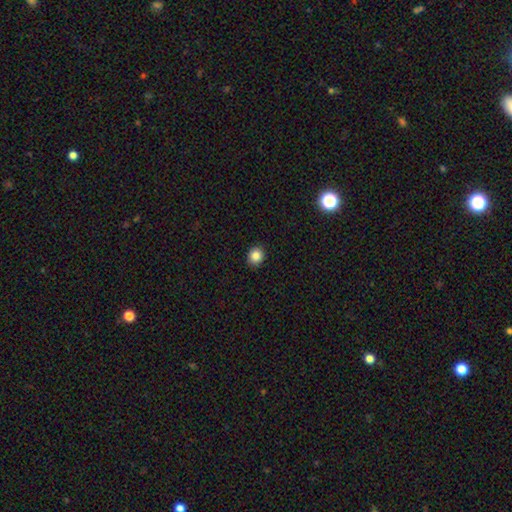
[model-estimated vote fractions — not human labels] Smooth or featured?
  - smooth: 85% *
  - star or artifact: 10%
  - featured or disk: 4%
How rounded?
  - round: 81% *
  - in between: 18%
  - cigar-shaped: 1%
Merging?
  - none: 91% *
  - minor disturbance: 6%
  - major disturbance: 2%
  - merger: 1%